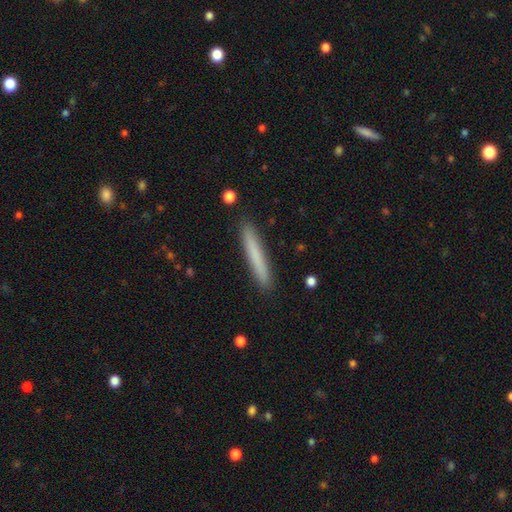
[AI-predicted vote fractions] smooth-or-featured: smooth: 75% | featured or disk: 19% | star or artifact: 7%
  how-rounded: cigar-shaped: 96% | in between: 3% | round: 1%
  merging: none: 91% | minor disturbance: 6% | major disturbance: 1% | merger: 1%